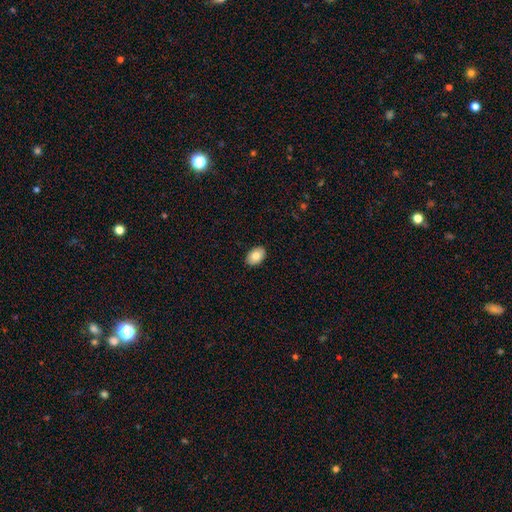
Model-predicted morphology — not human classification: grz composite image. It shows a smooth galaxy with no disk features (81%) that is in between round and cigar-shaped (87%). Merging: none (89%).